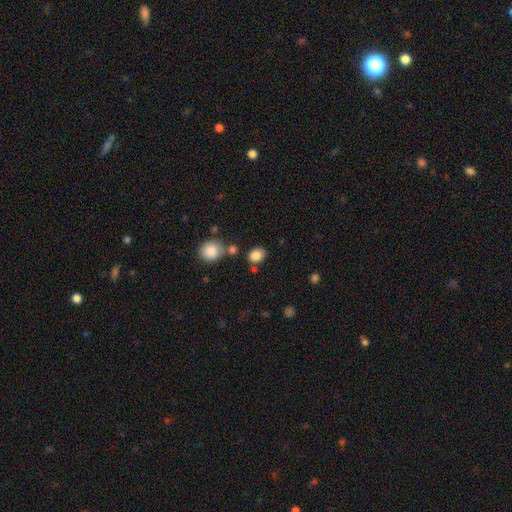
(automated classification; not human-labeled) smooth_or_featured: smooth (p=0.85) [alt: star or artifact p=0.10]
how_rounded: in between (p=0.61) [alt: round p=0.38]
merging: none (p=0.73) [alt: minor disturbance p=0.14]